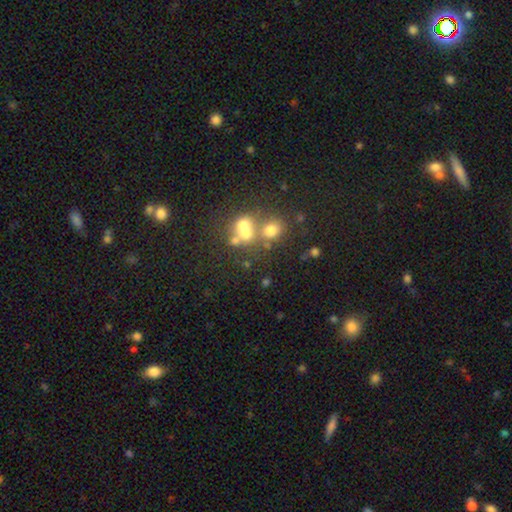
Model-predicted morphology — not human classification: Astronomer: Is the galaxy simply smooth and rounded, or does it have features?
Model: smooth — 45% (runner-up: star or artifact, 42%).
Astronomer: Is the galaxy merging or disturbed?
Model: none — 52% (runner-up: merger, 36%).